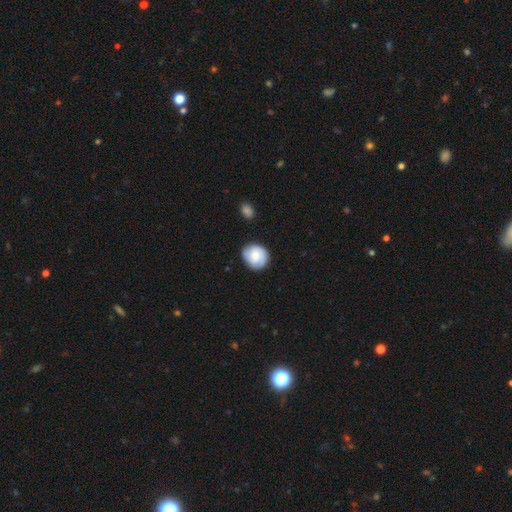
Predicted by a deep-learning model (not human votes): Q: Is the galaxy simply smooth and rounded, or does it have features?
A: smooth — 60%.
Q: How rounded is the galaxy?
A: round — 79%.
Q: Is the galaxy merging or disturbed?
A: none — 79%.